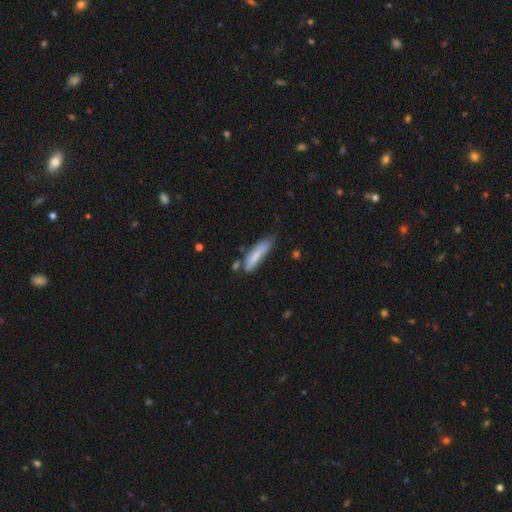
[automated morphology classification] Smooth or featured: smooth — 72% (featured or disk — 21%)
How rounded: cigar-shaped — 66% (in between — 33%)
Merging: none — 46% (minor disturbance — 34%)